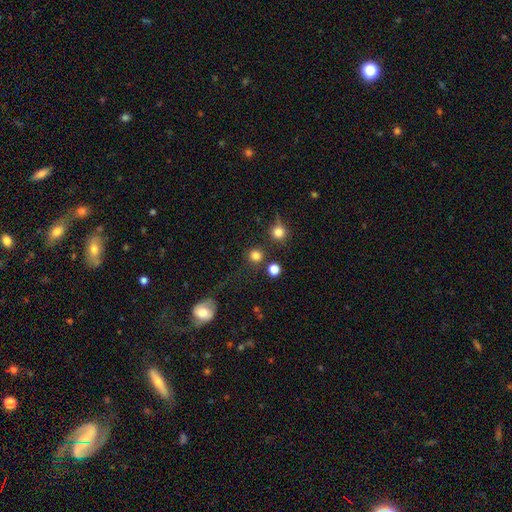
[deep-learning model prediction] Smooth or featured? smooth (80%)
How rounded? round (91%)
Merging? none (79%)